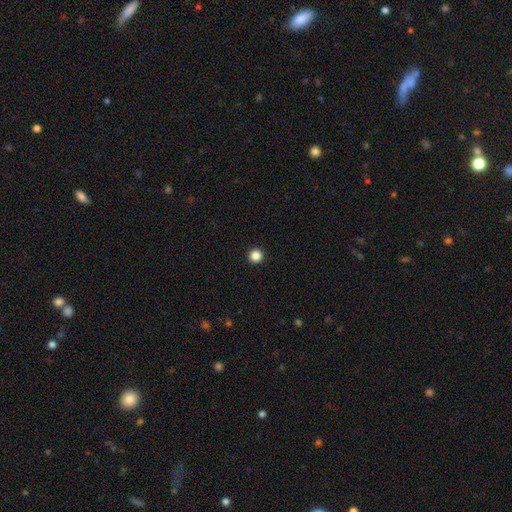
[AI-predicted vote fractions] smooth-or-featured: smooth: 86% | star or artifact: 11% | featured or disk: 3%
  how-rounded: round: 97% | in between: 3% | cigar-shaped: 1%
  merging: none: 94% | minor disturbance: 3% | major disturbance: 1% | merger: 1%